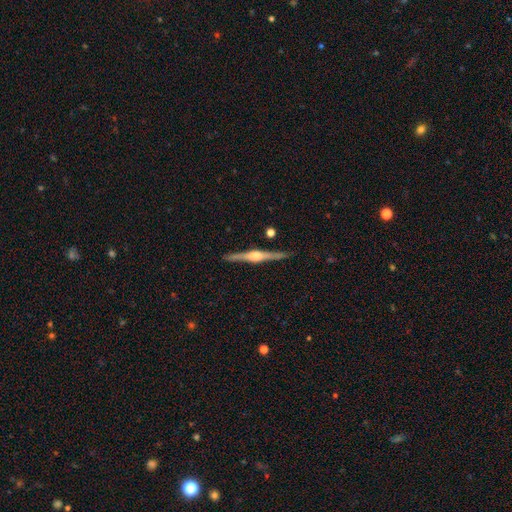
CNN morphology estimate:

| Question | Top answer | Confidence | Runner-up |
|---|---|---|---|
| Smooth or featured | featured or disk | 83% | smooth (12%) |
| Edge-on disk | yes | 98% | no (2%) |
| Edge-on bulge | rounded | 85% | boxy (11%) |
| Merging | none | 91% | minor disturbance (7%) |